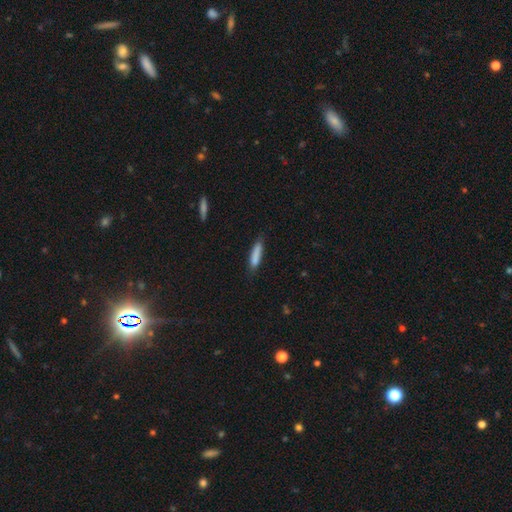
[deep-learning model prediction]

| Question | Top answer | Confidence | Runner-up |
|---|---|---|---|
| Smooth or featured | smooth | 85% | featured or disk (9%) |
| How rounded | cigar-shaped | 77% | in between (21%) |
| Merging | none | 76% | minor disturbance (19%) |